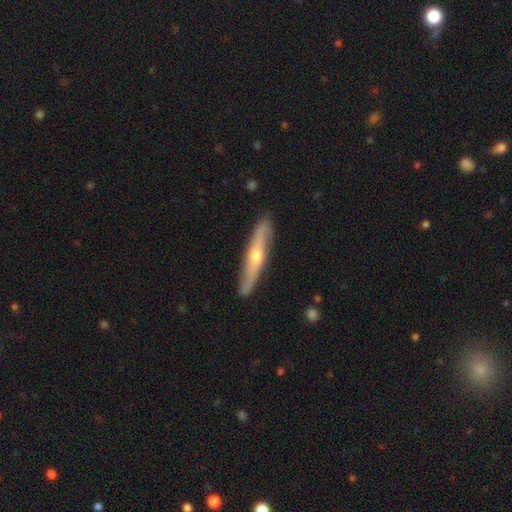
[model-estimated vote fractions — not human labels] smooth_or_featured: featured or disk (p=0.67) [alt: smooth p=0.27]
disk_edge_on: yes (p=0.78) [alt: no p=0.22]
edge_on_bulge: rounded (p=0.88) [alt: none p=0.10]
merging: none (p=0.89) [alt: minor disturbance p=0.09]